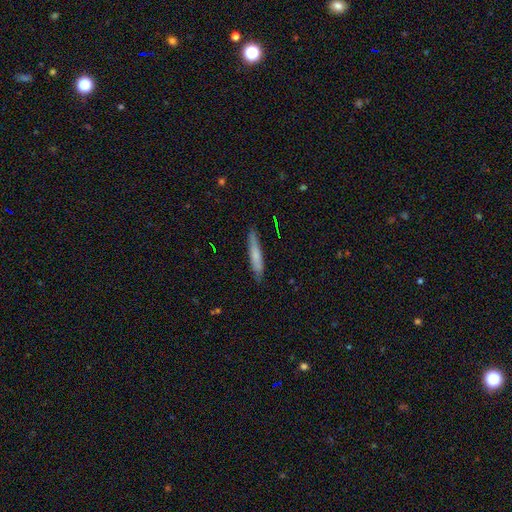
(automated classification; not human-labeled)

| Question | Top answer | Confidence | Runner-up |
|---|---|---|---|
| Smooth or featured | smooth | 66% | featured or disk (28%) |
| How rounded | cigar-shaped | 93% | in between (6%) |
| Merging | none | 85% | minor disturbance (12%) |